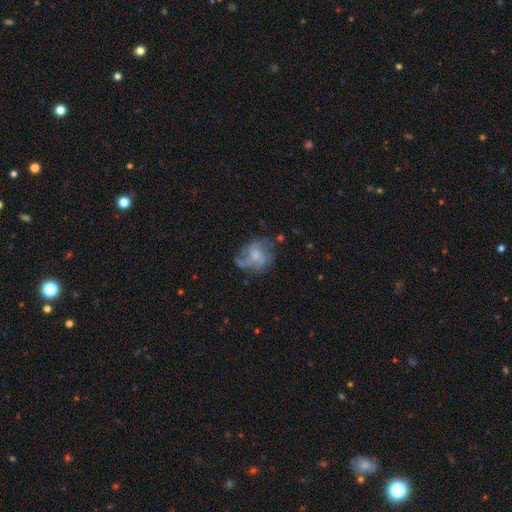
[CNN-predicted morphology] This is likely a featured or disk galaxy (70%). It is clearly not viewed edge-on (98%). Bar: likely no (71%). Spiral arm pattern: clearly yes (82%). Spiral arm count: marginally 3 (30%). Spiral winding: marginally medium (44%). Central bulge: possibly small (54%). Merging: possibly none (51%).